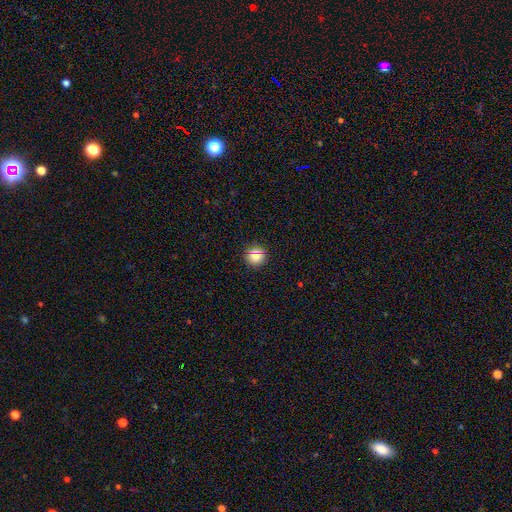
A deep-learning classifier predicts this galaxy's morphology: type=smooth (76%); roundness=round (94%); merging=none (90%).